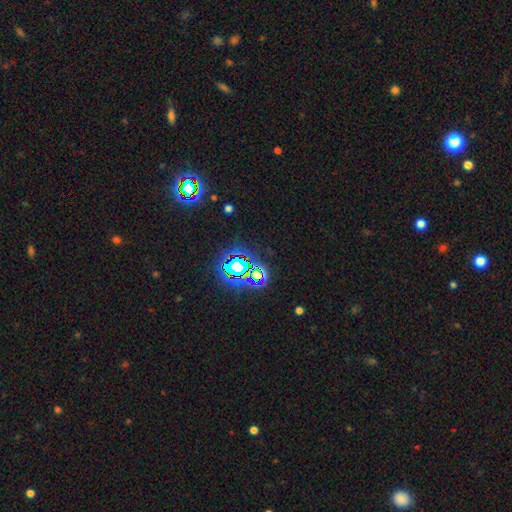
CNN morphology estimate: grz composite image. It shows a star or artifact, not a galaxy (80%).